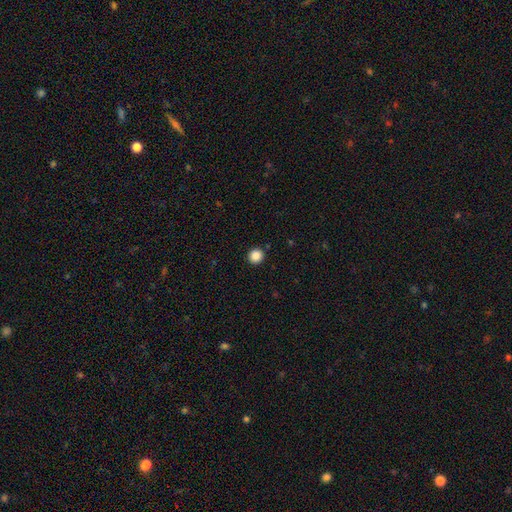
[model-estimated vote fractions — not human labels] Overall: smooth (86%). How rounded: round (92%). Merging: none (92%).